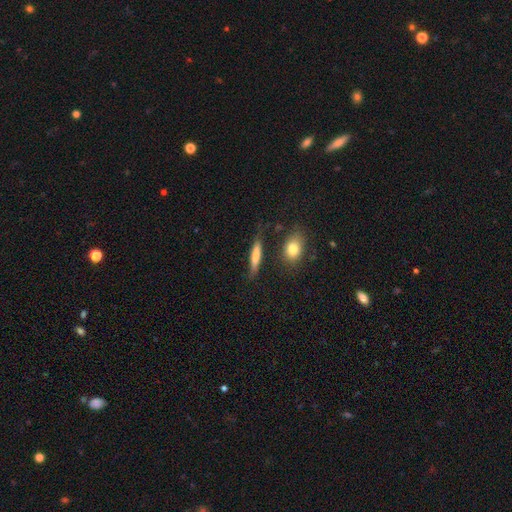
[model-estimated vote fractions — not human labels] This is likely a smooth galaxy (73%). How rounded: clearly cigar-shaped (83%). Merging: likely none (77%).